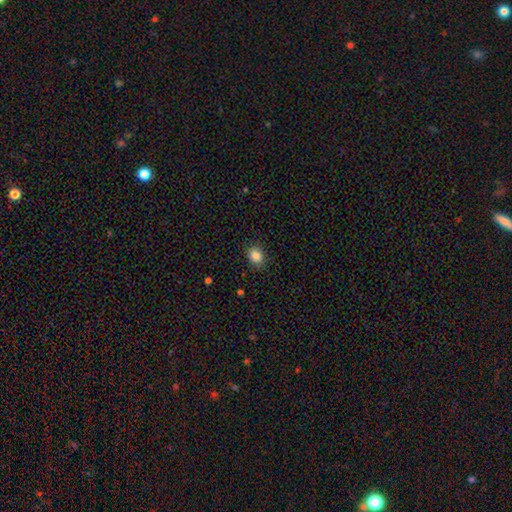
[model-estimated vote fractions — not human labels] Smooth or featured? Predicted: smooth (p=0.86). How rounded? Predicted: round (p=0.56). Merging? Predicted: none (p=0.86).